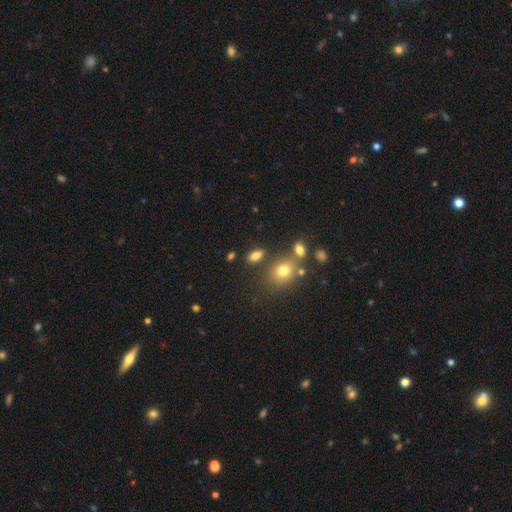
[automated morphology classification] A smooth galaxy with no disk features (79%) that is in between round and cigar-shaped (82%). Merging: none (74%).